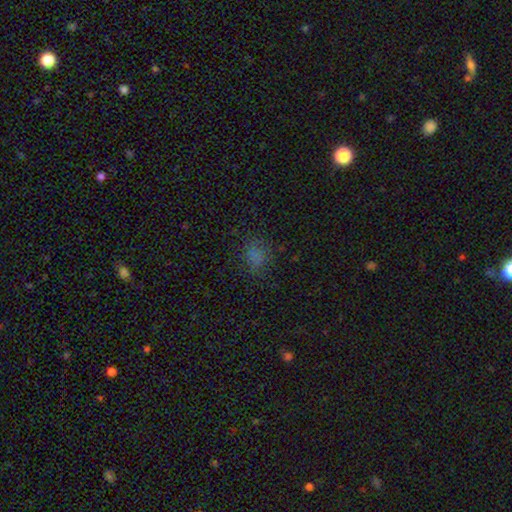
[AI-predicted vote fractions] Morphology: type=smooth (70%); roundness=round (59%); merging=none (74%).